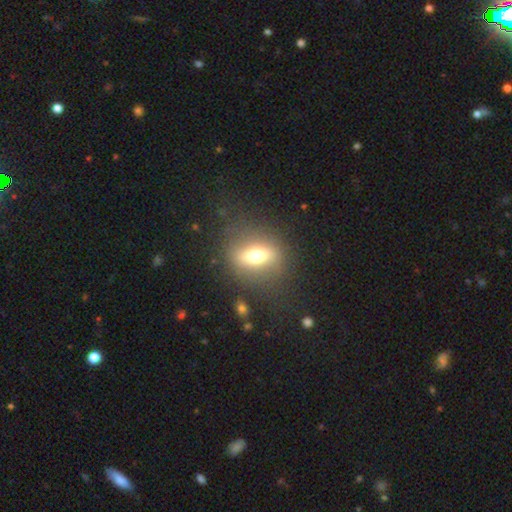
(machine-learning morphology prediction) Overall: smooth (55%; featured or disk 32%). How rounded: in between (52%; round 41%). Merging: none (77%).